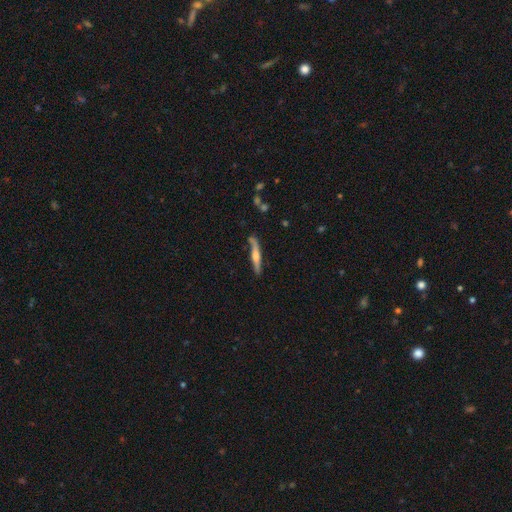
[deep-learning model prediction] A featured or disk galaxy (59%) viewed edge-on (94%) with a rounded central bulge (88%). Merging: none (78%).